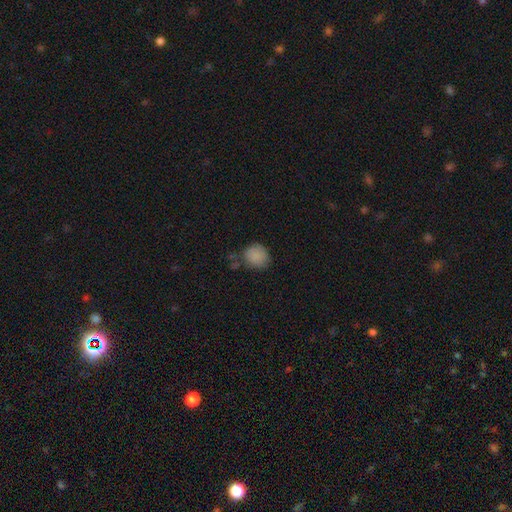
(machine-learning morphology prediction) This appears to be a smooth galaxy with no disk features (86%) that is round (78%). Merging: none (67%).